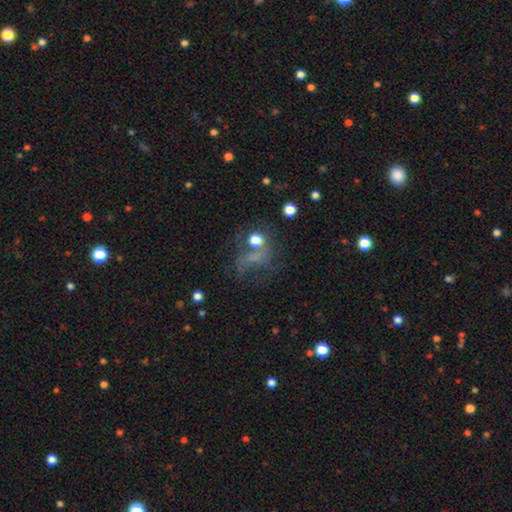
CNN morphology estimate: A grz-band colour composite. It shows a smooth galaxy with no disk features (36%). Merging: none (39%).